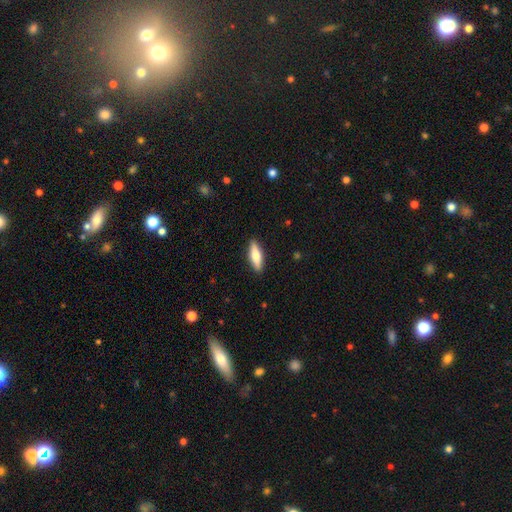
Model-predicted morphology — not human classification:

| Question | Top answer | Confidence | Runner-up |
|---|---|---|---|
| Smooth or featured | smooth | 67% | featured or disk (28%) |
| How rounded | cigar-shaped | 52% | in between (46%) |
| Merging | none | 89% | minor disturbance (8%) |